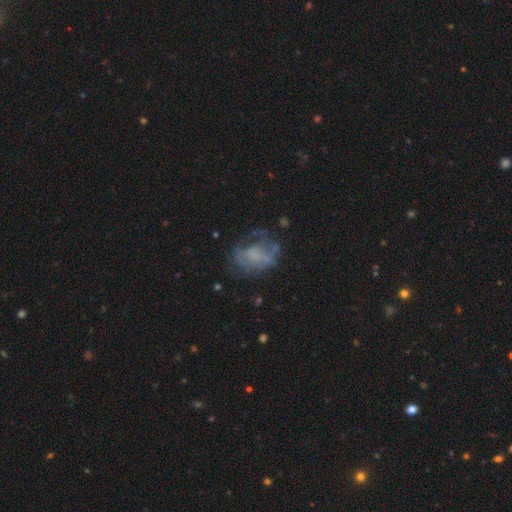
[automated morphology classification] Overall: featured or disk (54%; smooth 32%). Edge-on disk: no (97%). Bar: no (79%). Spiral arms: no (66%; yes 34%). Bulge size: none (64%). Merging: none (43%; major disturbance 31%).